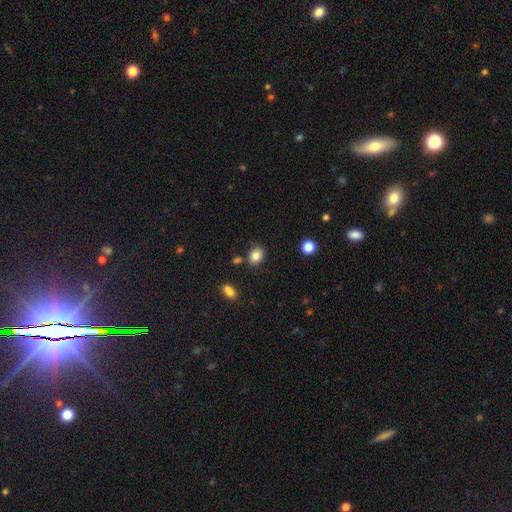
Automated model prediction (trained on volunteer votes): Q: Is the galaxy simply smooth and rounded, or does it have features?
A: smooth — 85%.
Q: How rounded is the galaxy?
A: in between — 59%.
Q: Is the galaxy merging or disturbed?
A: none — 77%.